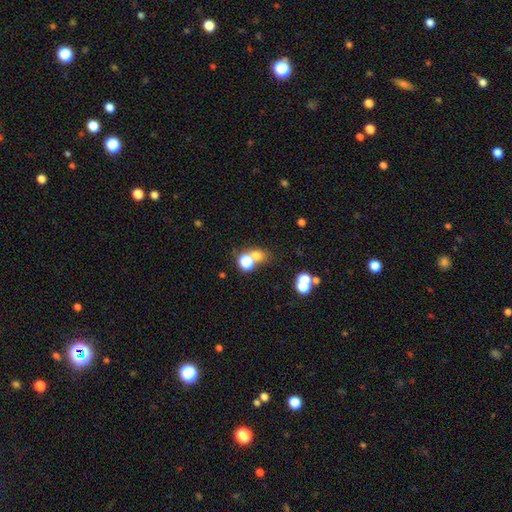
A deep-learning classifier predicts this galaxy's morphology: type=smooth (64%); roundness=round (62%); merging=none (51%).